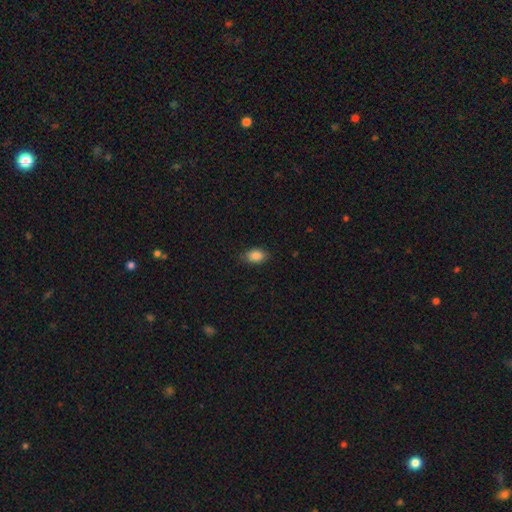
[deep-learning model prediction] Smooth or featured? Predicted: smooth (p=0.87). How rounded? Predicted: in between (p=0.88). Merging? Predicted: none (p=0.84).